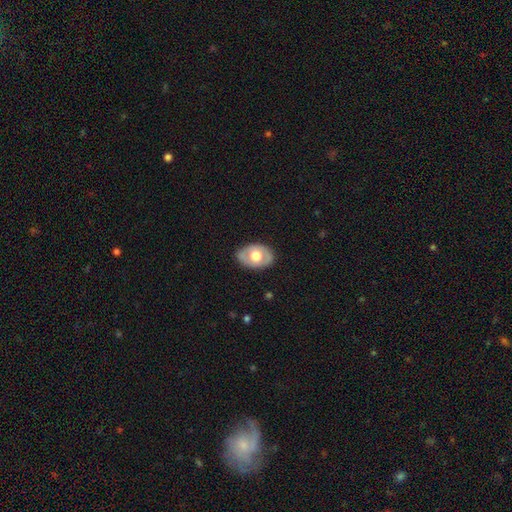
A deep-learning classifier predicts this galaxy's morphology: Smooth or featured? Predicted: featured or disk (p=0.49). Merging? Predicted: none (p=0.81).